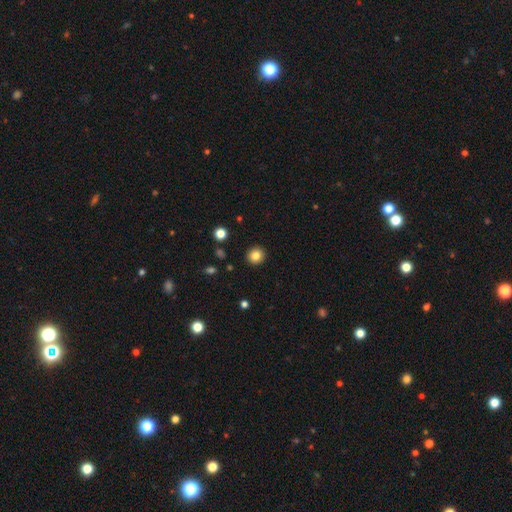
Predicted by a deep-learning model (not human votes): Overall: smooth (84%). How rounded: round (92%). Merging: none (92%).